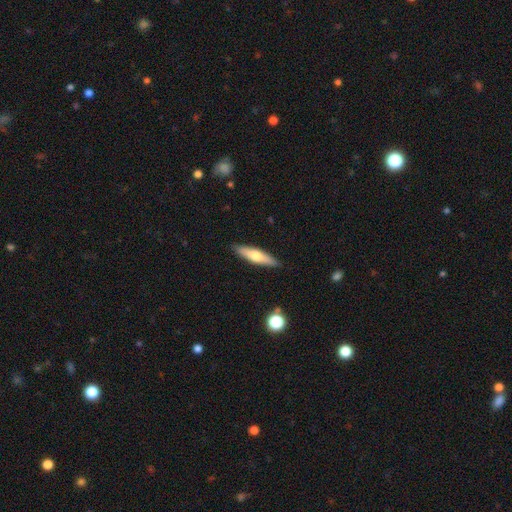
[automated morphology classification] Smooth or featured? smooth (55%)
How rounded? cigar-shaped (72%)
Merging? none (89%)